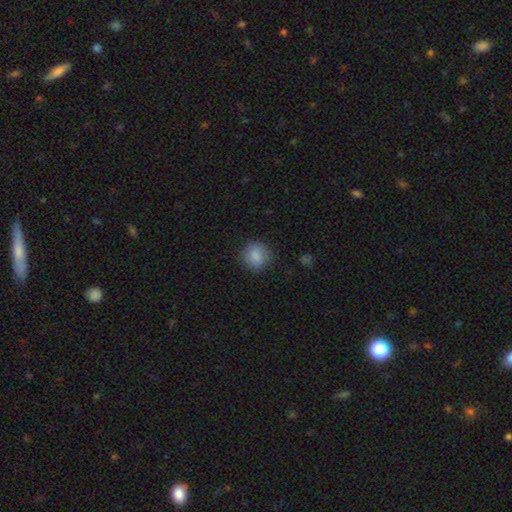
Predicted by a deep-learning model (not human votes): Smooth or featured? Predicted: smooth (p=0.86). How rounded? Predicted: round (p=0.82). Merging? Predicted: none (p=0.83).